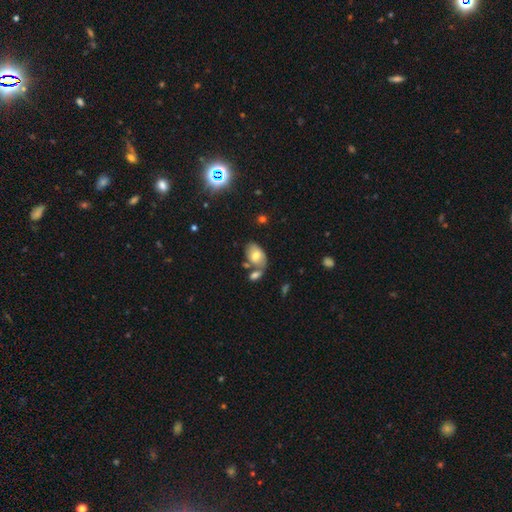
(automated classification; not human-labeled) Smooth or featured? smooth (68%)
How rounded? in between (90%)
Merging? none (44%)